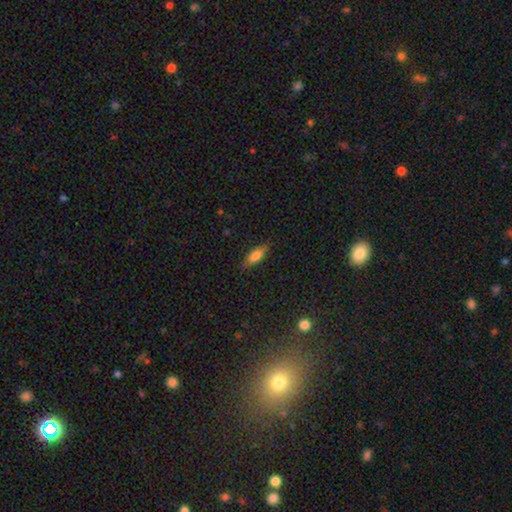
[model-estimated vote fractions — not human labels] A smooth galaxy with no disk features (71%) that is in between round and cigar-shaped (56%).

Vote fractions:
- Smooth or featured? smooth: 71% / featured or disk: 21% / star or artifact: 8%
- How rounded? in between: 56% / cigar-shaped: 41% / round: 3%
- Merging? none: 82% / minor disturbance: 14% / major disturbance: 3% / merger: 1%